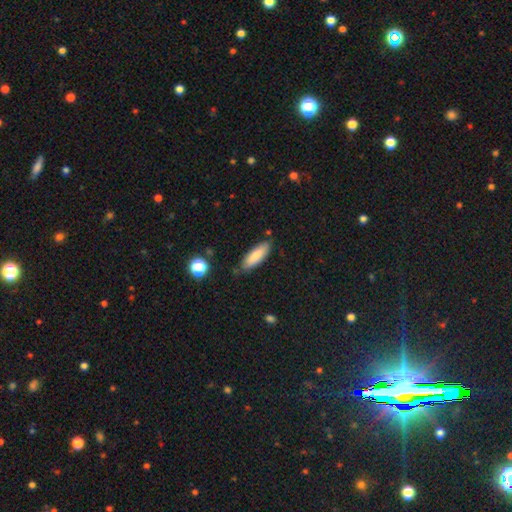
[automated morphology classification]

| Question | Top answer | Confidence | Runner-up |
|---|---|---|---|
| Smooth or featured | smooth | 83% | featured or disk (11%) |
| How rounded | in between | 53% | cigar-shaped (45%) |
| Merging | none | 80% | minor disturbance (14%) |